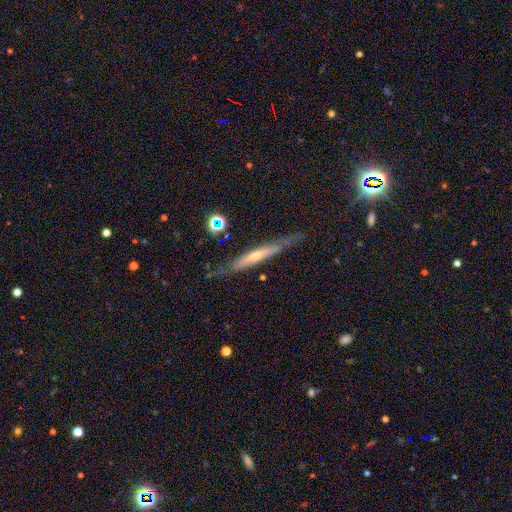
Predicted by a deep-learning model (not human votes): Smooth or featured: featured or disk — 65% (smooth — 28%)
Edge-on disk: yes — 88% (no — 12%)
Edge-on bulge: rounded — 52% (none — 41%)
Merging: none — 72% (minor disturbance — 20%)